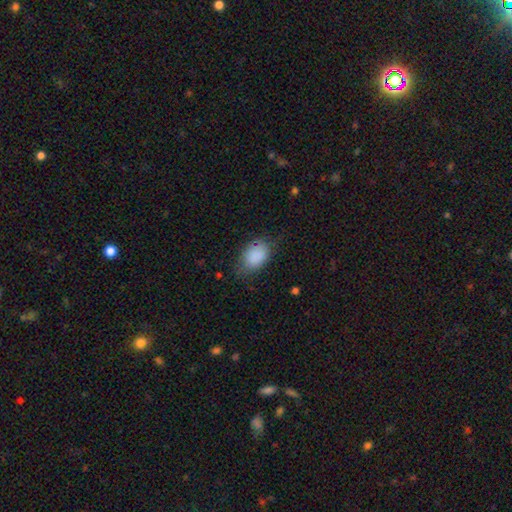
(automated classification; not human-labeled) This is clearly a smooth galaxy (86%). How rounded: clearly in between (81%). Merging: likely none (67%).